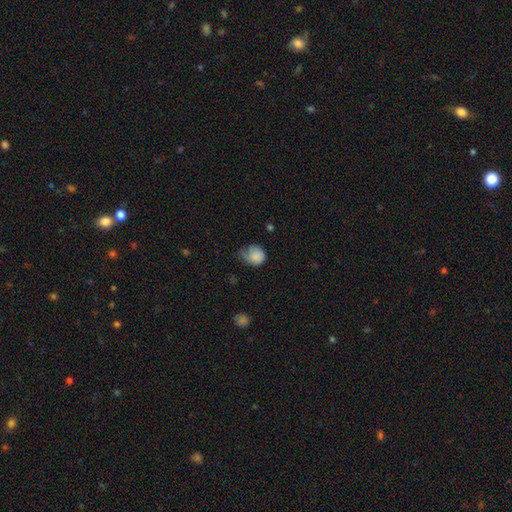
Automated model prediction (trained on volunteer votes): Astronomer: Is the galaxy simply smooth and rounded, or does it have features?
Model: smooth — 77%.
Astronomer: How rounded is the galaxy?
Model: round — 67%.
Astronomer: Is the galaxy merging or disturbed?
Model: minor disturbance — 41% (runner-up: none, 35%).